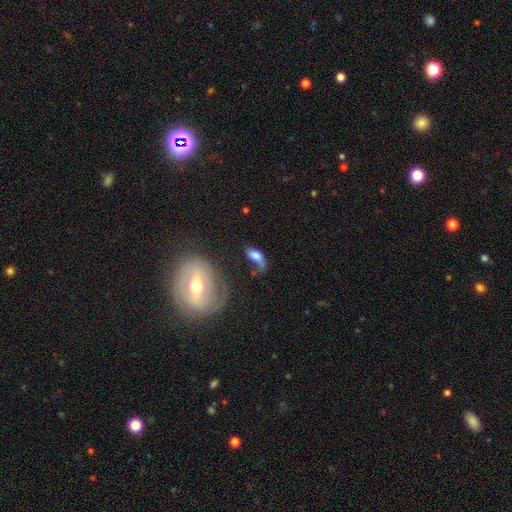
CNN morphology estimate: Smooth or featured? Predicted: smooth (p=0.57). How rounded? Predicted: in between (p=0.78). Merging? Predicted: none (p=0.33).